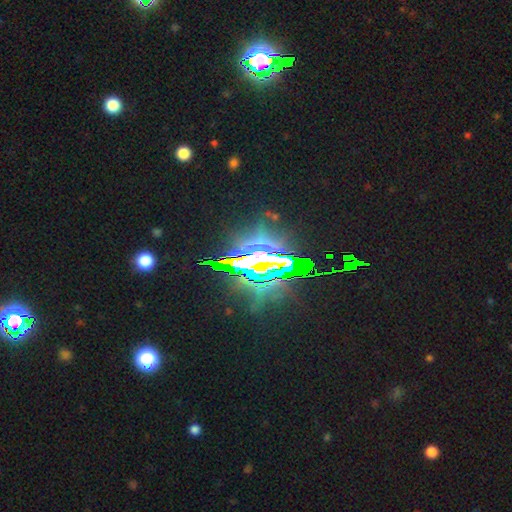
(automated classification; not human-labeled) Smooth or featured? star or artifact (79%)